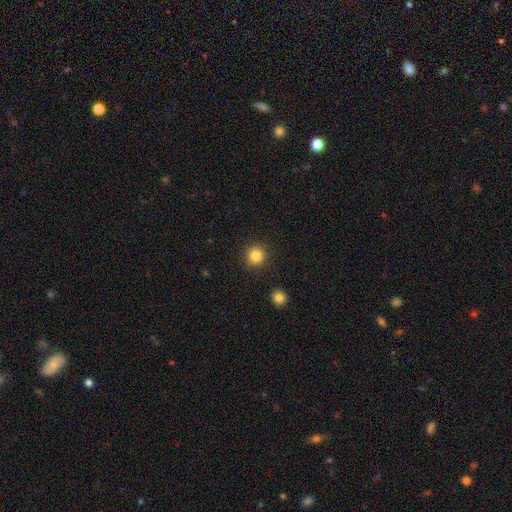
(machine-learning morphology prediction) Smooth or featured? smooth (84%)
How rounded? round (94%)
Merging? none (91%)